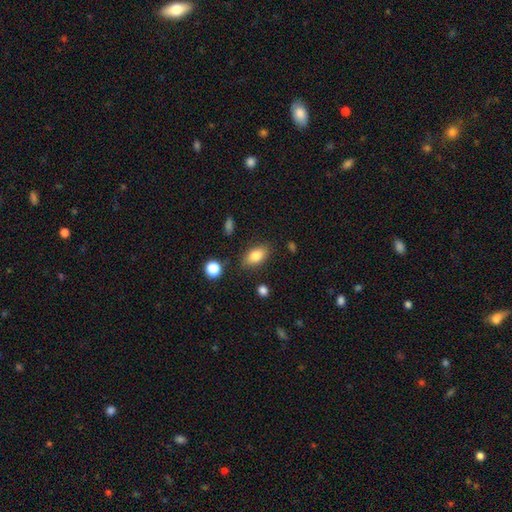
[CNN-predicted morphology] smooth_or_featured: smooth (p=0.82) [alt: featured or disk p=0.10]
how_rounded: in between (p=0.88) [alt: round p=0.08]
merging: none (p=0.81) [alt: minor disturbance p=0.13]